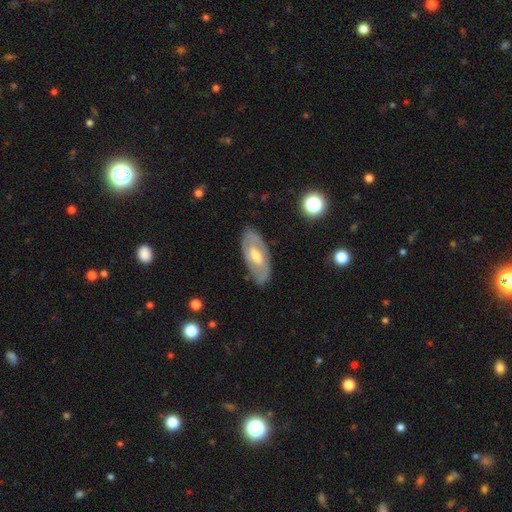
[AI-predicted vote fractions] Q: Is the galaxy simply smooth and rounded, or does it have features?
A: featured or disk — 69%.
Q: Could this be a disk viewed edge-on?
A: no — 86%.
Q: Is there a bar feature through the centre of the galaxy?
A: no — 43%.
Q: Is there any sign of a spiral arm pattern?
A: yes — 57%.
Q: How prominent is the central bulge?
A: moderate — 68%.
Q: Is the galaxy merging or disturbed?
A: none — 83%.